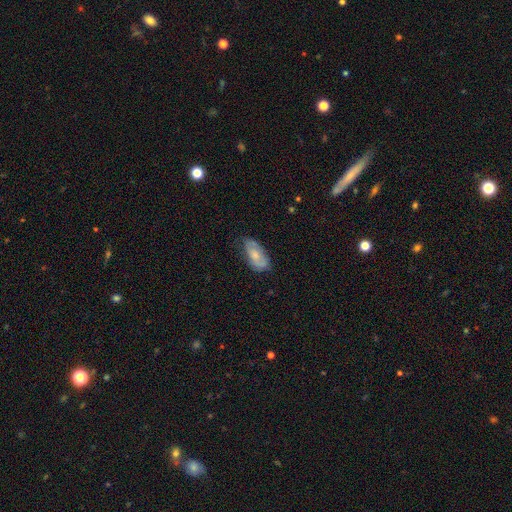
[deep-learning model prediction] This appears to be a smooth galaxy with no disk features (59%) that is in between round and cigar-shaped (90%). Merging: none (60%).